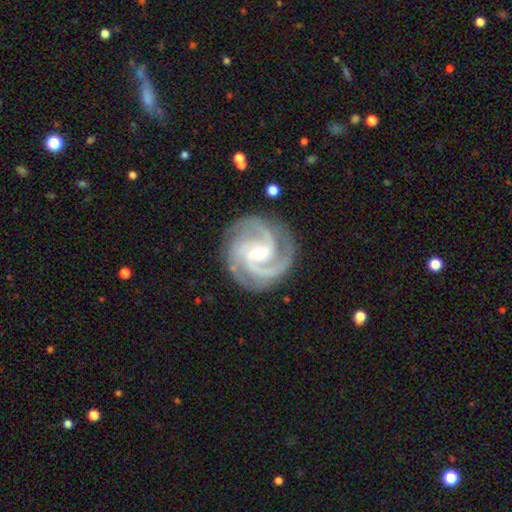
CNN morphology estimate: This appears to be a featured or disk galaxy (93%) with no bar (39%, tied with weak), 3 (61%) tight (57%) spiral arms (99%) and a small central bulge (52%). Merging: none (83%).